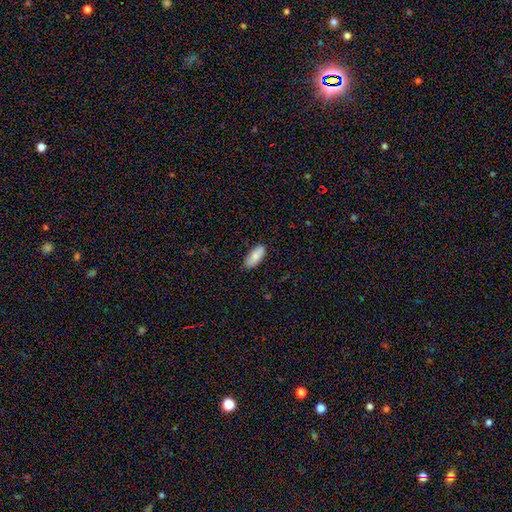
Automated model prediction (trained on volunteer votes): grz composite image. It shows a smooth galaxy with no disk features (83%) that is in between round and cigar-shaped (86%). Merging: none (81%).